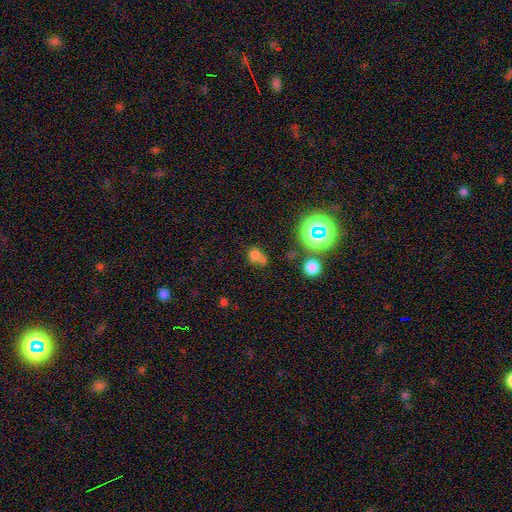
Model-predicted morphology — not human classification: Overall: smooth (64%). How rounded: round (55%; in between 43%). Merging: none (41%; merger 32%).